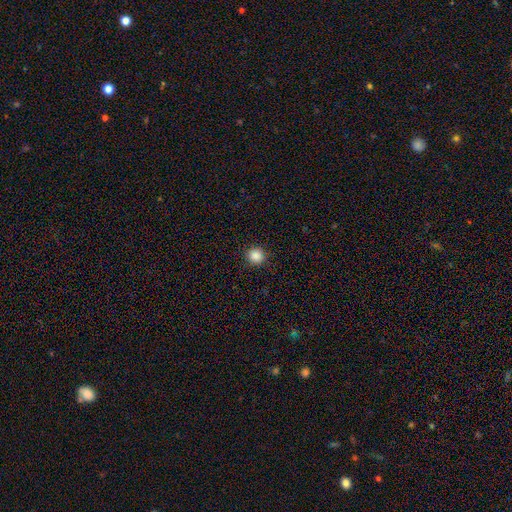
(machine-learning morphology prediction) A smooth galaxy with no disk features (87%) that is round (94%).

Vote fractions:
- Smooth or featured? smooth: 87% / star or artifact: 10% / featured or disk: 3%
- How rounded? round: 94% / in between: 5% / cigar-shaped: 1%
- Merging? none: 92% / minor disturbance: 5% / major disturbance: 2% / merger: 1%